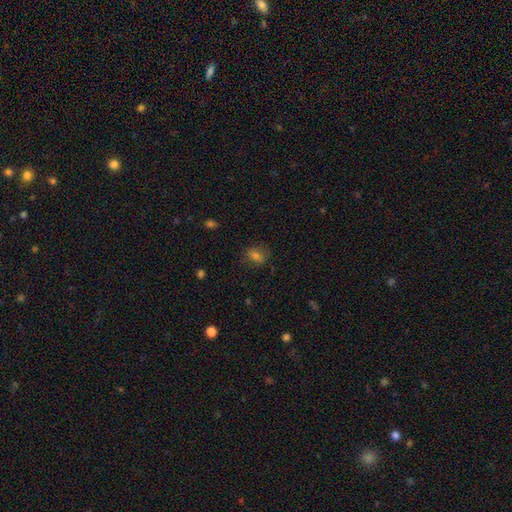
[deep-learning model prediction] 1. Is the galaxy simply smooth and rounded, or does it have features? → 72% smooth, 18% star or artifact, 10% featured or disk.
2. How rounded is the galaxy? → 57% in between, 41% round, 2% cigar-shaped.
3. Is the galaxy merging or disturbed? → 80% none, 14% minor disturbance, 5% major disturbance, 1% merger.